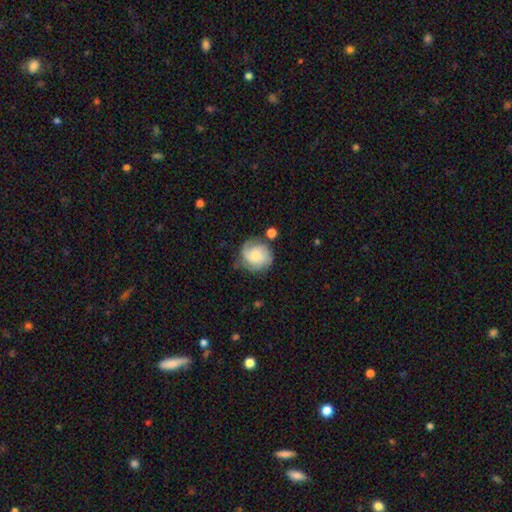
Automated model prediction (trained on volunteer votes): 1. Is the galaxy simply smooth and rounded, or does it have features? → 50% featured or disk, 42% smooth, 8% star or artifact.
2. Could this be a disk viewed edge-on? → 97% no, 3% yes.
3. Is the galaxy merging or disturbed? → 61% none, 24% minor disturbance, 11% major disturbance, 5% merger.